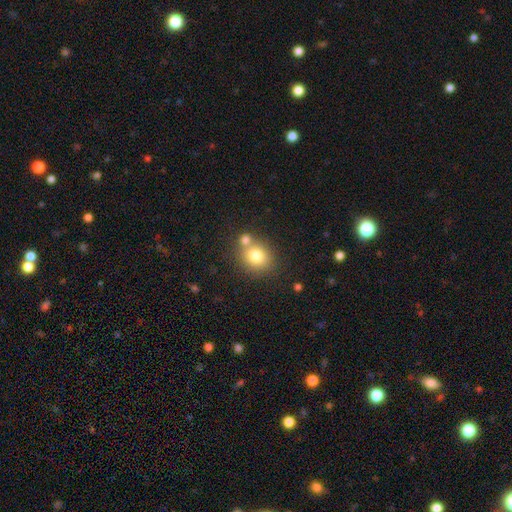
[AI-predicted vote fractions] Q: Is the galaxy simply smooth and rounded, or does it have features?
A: smooth — 78%.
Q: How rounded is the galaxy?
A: round — 71%.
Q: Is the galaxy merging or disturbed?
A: none — 59%.